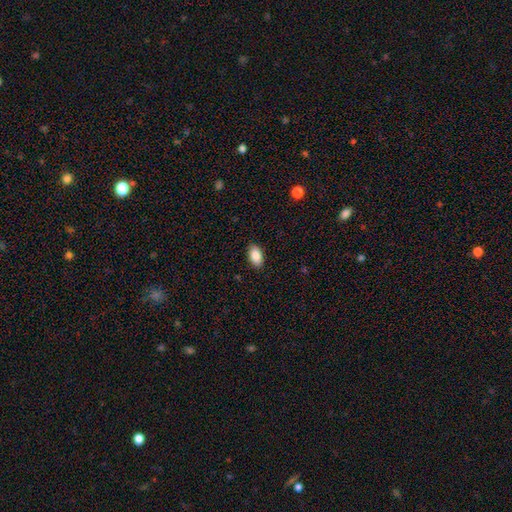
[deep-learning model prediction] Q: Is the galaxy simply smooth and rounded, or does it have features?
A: smooth — 88%.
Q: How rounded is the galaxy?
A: in between — 94%.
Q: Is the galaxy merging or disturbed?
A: none — 89%.